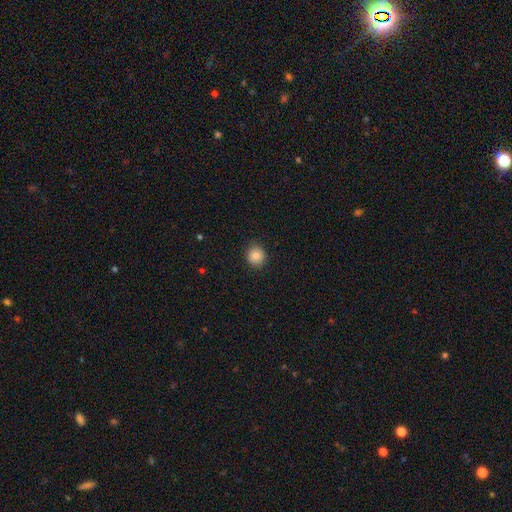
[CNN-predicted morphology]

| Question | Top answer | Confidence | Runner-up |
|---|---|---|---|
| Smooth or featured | smooth | 85% | star or artifact (10%) |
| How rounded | round | 87% | in between (12%) |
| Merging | none | 90% | minor disturbance (7%) |